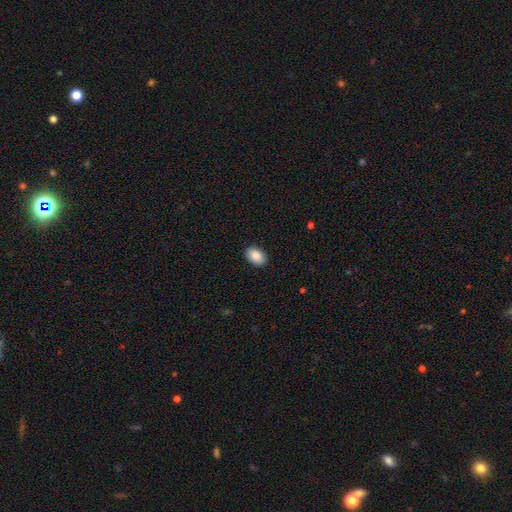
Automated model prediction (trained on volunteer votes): smooth-or-featured: smooth: 88% | star or artifact: 7% | featured or disk: 5%
  how-rounded: in between: 87% | round: 12% | cigar-shaped: 1%
  merging: none: 90% | minor disturbance: 8% | major disturbance: 2% | merger: 1%